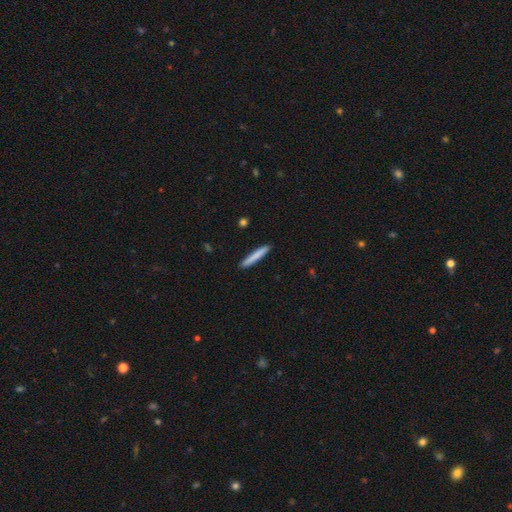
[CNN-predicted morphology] A smooth galaxy with no disk features (80%) that is cigar-shaped (96%).

Vote fractions:
- Smooth or featured? smooth: 80% / featured or disk: 14% / star or artifact: 6%
- How rounded? cigar-shaped: 96% / in between: 3% / round: 1%
- Merging? none: 91% / minor disturbance: 6% / major disturbance: 1% / merger: 1%